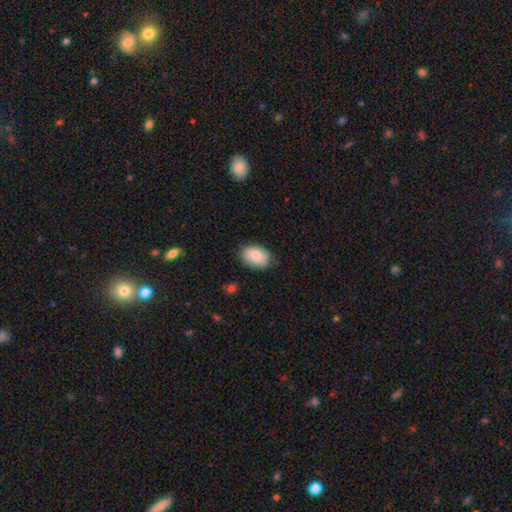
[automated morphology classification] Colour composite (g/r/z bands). It shows a smooth galaxy with no disk features (85%) that is in between round and cigar-shaped (82%). Merging: none (81%).